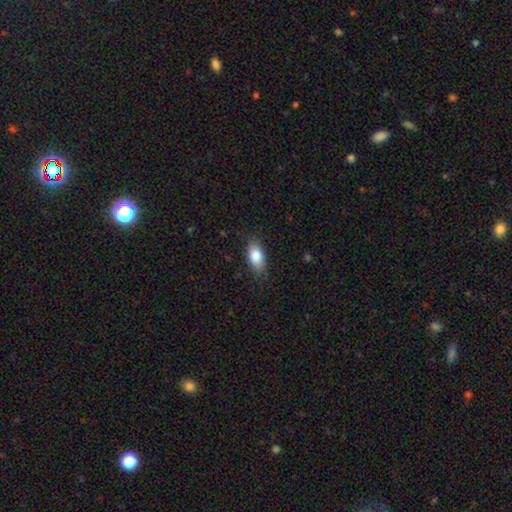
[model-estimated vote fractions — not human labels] This appears to be a smooth galaxy with no disk features (83%) that is in between round and cigar-shaped (88%). Merging: none (81%).